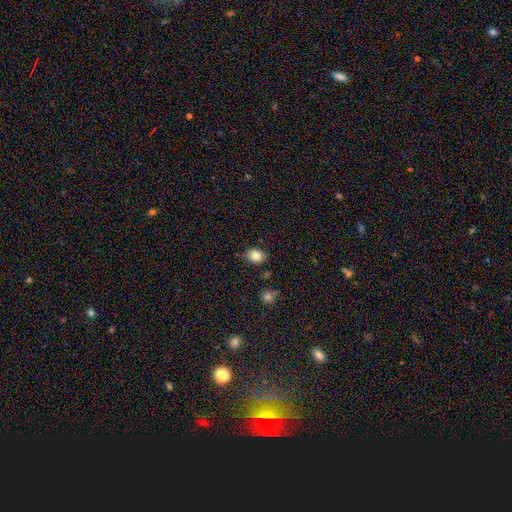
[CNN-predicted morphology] Smooth or featured: smooth — 83% (star or artifact — 10%)
How rounded: in between — 64% (round — 35%)
Merging: none — 82% (minor disturbance — 13%)